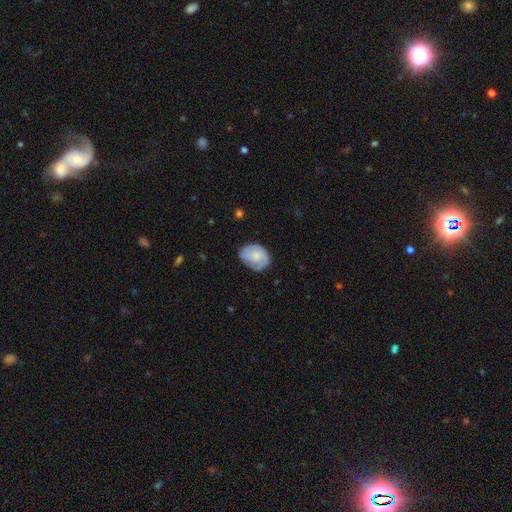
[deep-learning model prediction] Q: Smooth or featured?
A: featured or disk (53%); runner-up: smooth (41%)
Q: Edge-on disk?
A: no (97%); runner-up: yes (3%)
Q: Bar?
A: no (73%); runner-up: weak (24%)
Q: Spiral arms?
A: yes (86%); runner-up: no (14%)
Q: Bulge size?
A: small (36%); runner-up: moderate (31%)
Q: Merging?
A: none (72%); runner-up: minor disturbance (20%)